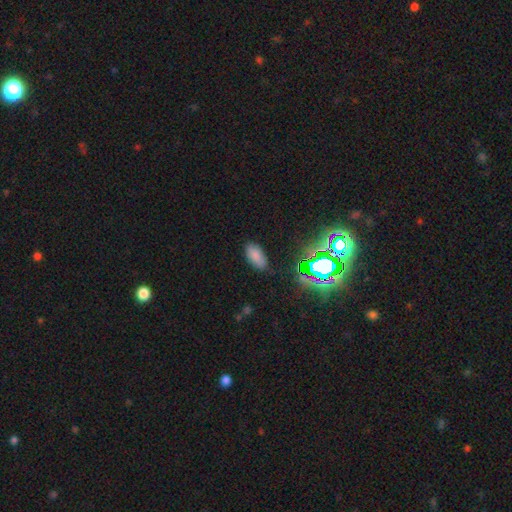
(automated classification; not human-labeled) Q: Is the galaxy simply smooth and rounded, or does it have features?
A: smooth — 73%.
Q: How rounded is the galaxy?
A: in between — 93%.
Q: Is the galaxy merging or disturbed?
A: none — 81%.